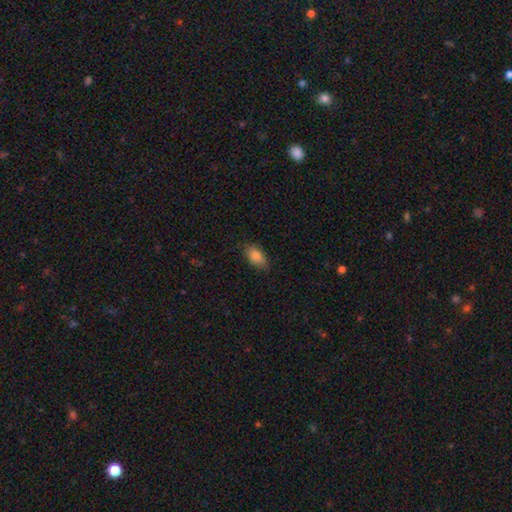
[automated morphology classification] Q: Smooth or featured?
A: smooth (85%); runner-up: star or artifact (8%)
Q: How rounded?
A: in between (91%); runner-up: round (5%)
Q: Merging?
A: none (81%); runner-up: minor disturbance (15%)